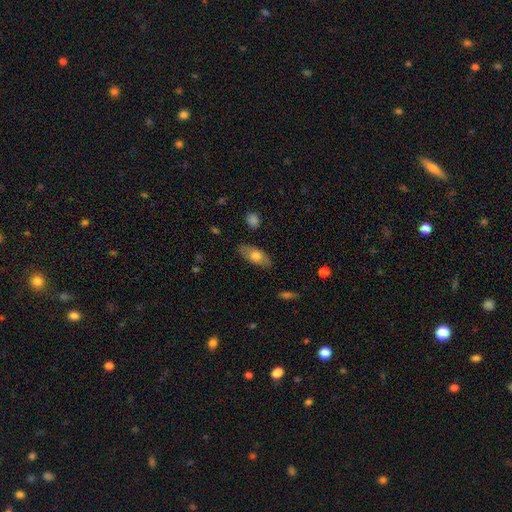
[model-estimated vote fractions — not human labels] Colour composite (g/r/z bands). It shows a smooth galaxy with no disk features (64%) that is in between round and cigar-shaped (82%). Merging: none (82%).